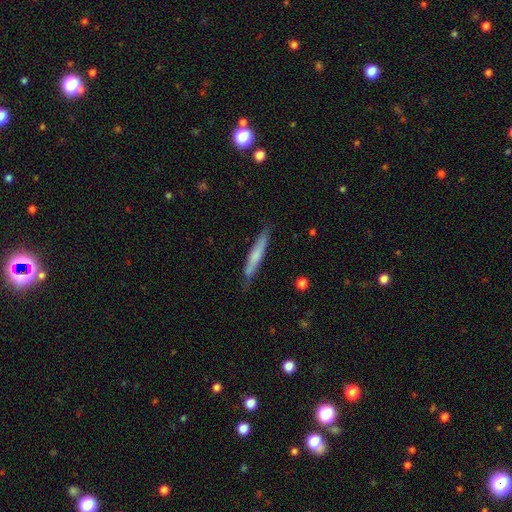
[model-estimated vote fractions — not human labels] This appears to be a smooth galaxy with no disk features (60%) that is cigar-shaped (95%). Merging: none (79%).